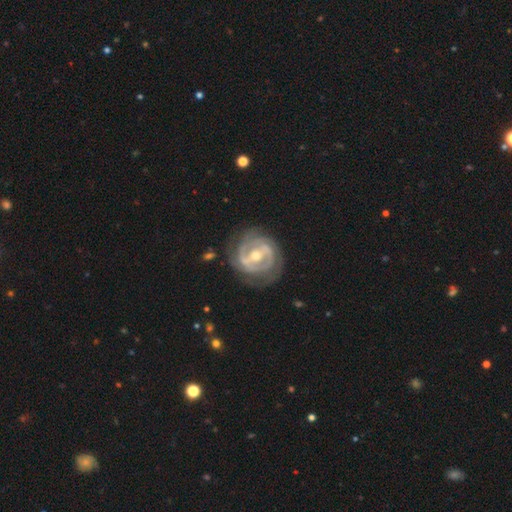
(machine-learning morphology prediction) type=featured or disk (88%); edge-on=no (96%); bar=strong (49%); spiral arms=yes (90%); winding=tight (64%); arm count=2 (53%); bulge=moderate (57%); merging=none (75%).